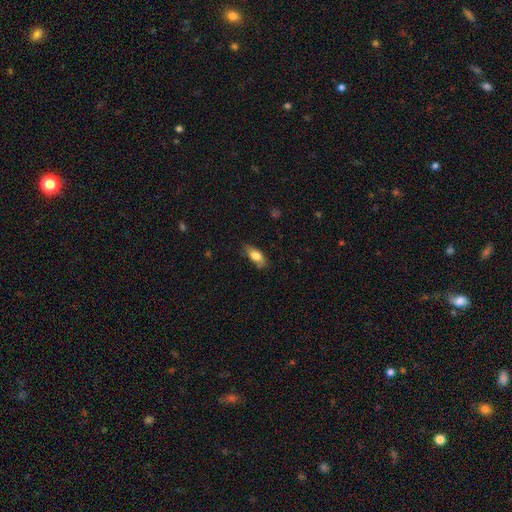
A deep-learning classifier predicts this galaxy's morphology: Smooth or featured: smooth — 75% (featured or disk — 18%)
How rounded: in between — 79% (cigar-shaped — 18%)
Merging: none — 73% (minor disturbance — 21%)